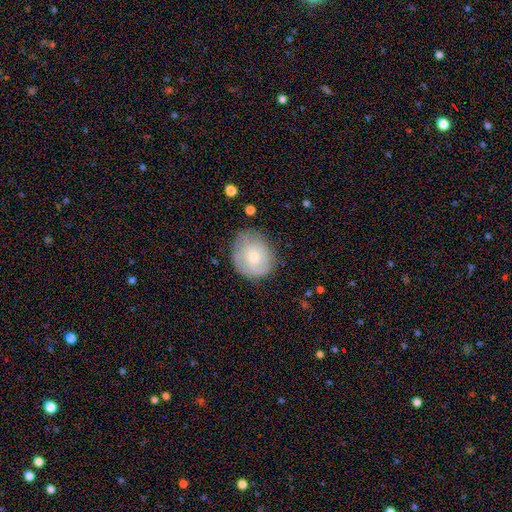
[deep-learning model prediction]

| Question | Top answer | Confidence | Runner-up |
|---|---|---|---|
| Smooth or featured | smooth | 60% | featured or disk (33%) |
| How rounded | round | 70% | in between (29%) |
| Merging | none | 68% | minor disturbance (22%) |